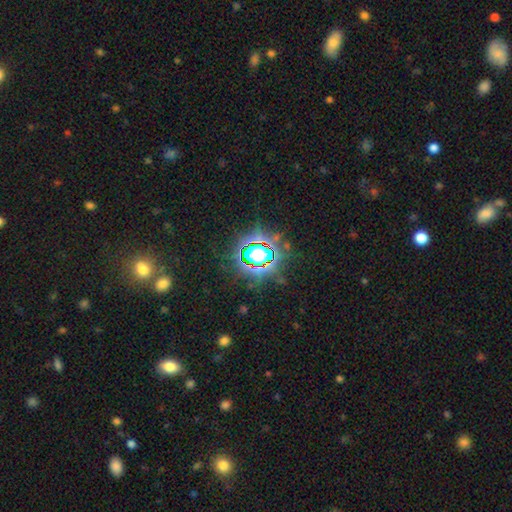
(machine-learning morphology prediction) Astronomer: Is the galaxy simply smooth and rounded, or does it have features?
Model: star or artifact — 77%.